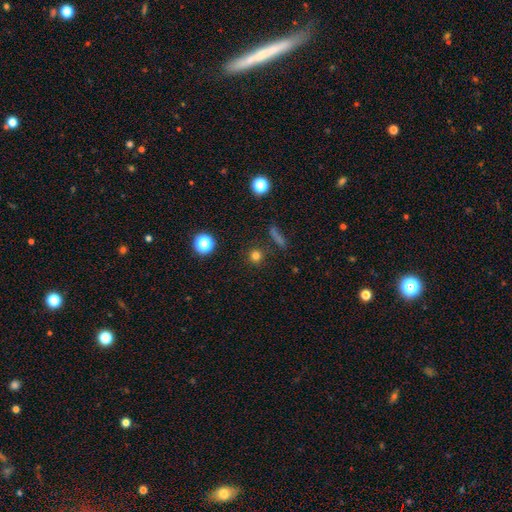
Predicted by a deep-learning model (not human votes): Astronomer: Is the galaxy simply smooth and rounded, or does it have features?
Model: smooth — 76%.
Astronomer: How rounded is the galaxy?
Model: round — 94%.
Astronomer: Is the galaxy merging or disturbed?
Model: none — 88%.